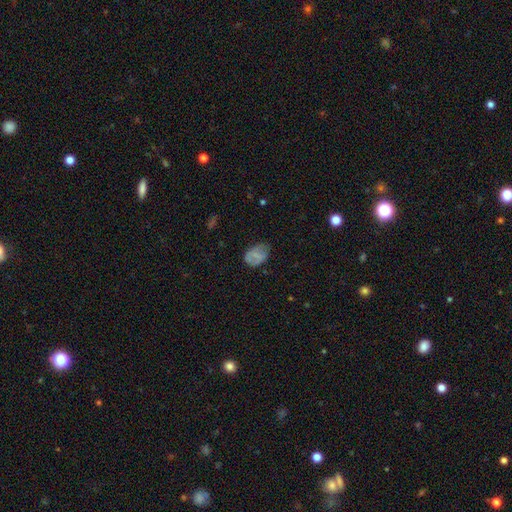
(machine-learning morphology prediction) Smooth or featured? smooth (69%)
How rounded? in between (78%)
Merging? none (57%)